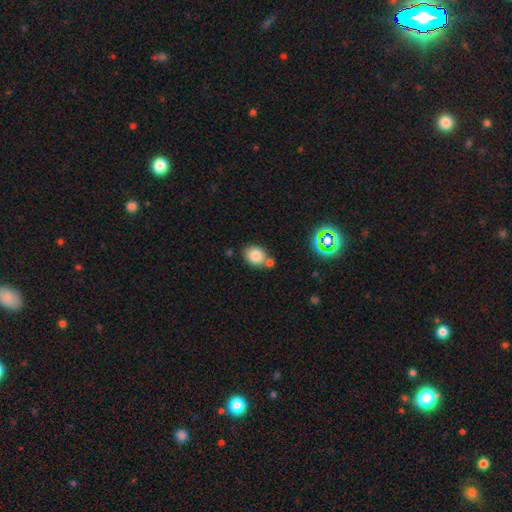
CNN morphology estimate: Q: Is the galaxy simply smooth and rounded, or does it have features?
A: smooth — 80%.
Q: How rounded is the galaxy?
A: round — 52%.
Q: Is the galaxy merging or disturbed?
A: none — 61%.